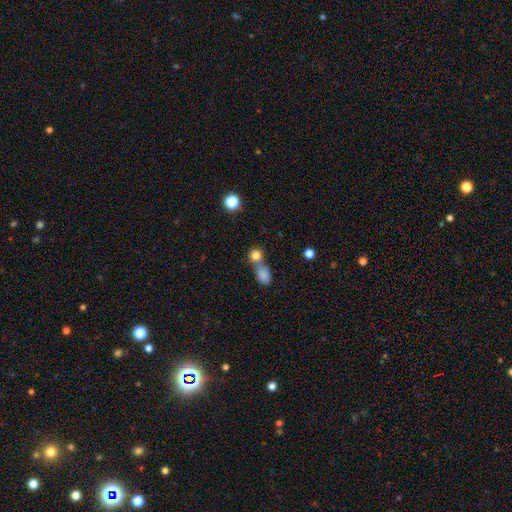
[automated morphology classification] A smooth galaxy with no disk features (81%) that is round (81%). Merging: merger (45%, tied with none).